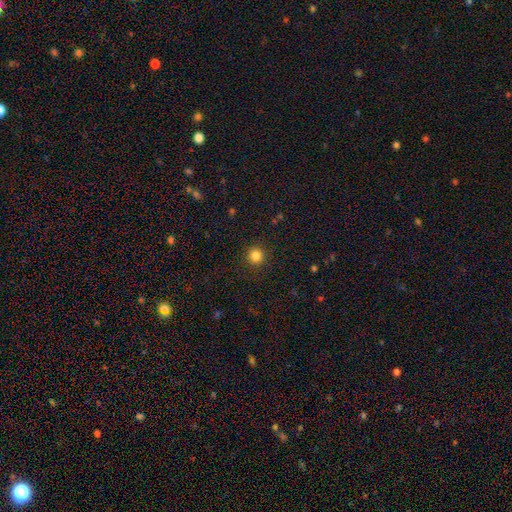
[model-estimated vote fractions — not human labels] Smooth or featured? Predicted: smooth (p=0.84). How rounded? Predicted: round (p=0.94). Merging? Predicted: none (p=0.91).